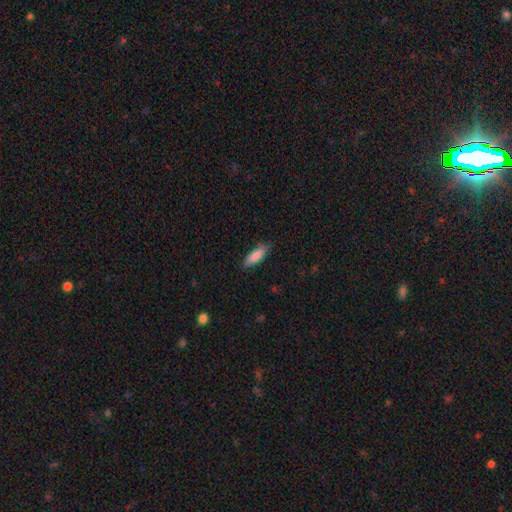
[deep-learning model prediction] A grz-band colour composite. It shows a smooth galaxy with no disk features (85%) that is cigar-shaped (51%). Merging: none (83%).